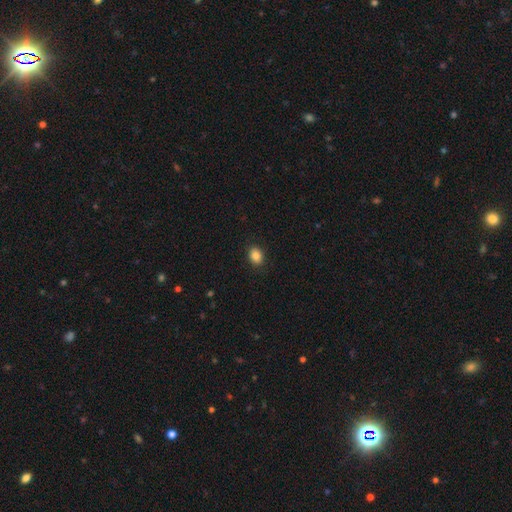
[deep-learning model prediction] Smooth or featured? smooth (86%)
How rounded? in between (64%)
Merging? none (89%)